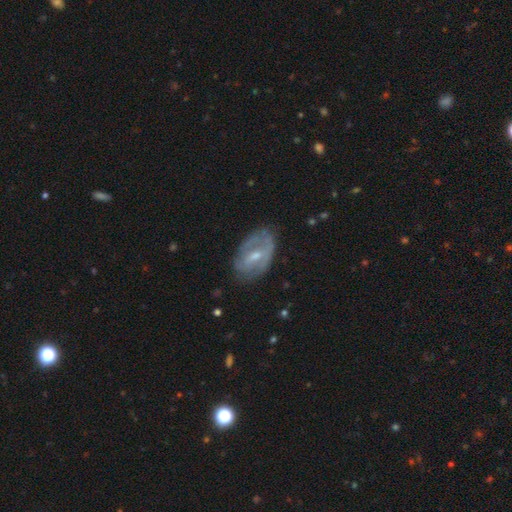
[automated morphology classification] Smooth or featured? featured or disk (67%)
Edge-on disk? no (93%)
Bar? weak (49%)
Spiral arms? yes (64%)
Bulge size? small (48%)
Merging? none (62%)